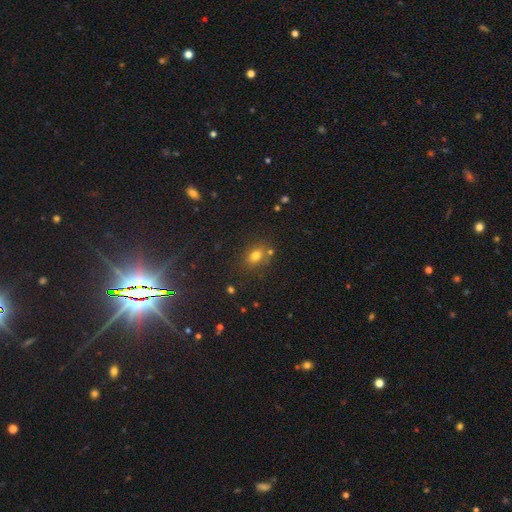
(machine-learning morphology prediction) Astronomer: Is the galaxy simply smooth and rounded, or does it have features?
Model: smooth — 74%.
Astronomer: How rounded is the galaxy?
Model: in between — 60% (runner-up: round, 38%).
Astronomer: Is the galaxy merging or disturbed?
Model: none — 73%.